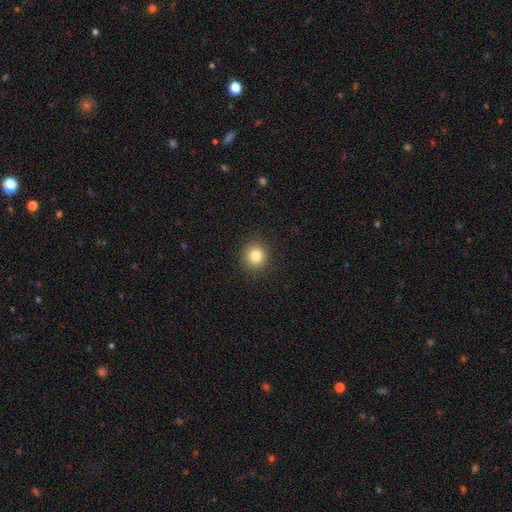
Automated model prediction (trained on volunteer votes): Smooth or featured: smooth — 82% (star or artifact — 11%)
How rounded: round — 90% (in between — 9%)
Merging: none — 91% (minor disturbance — 6%)